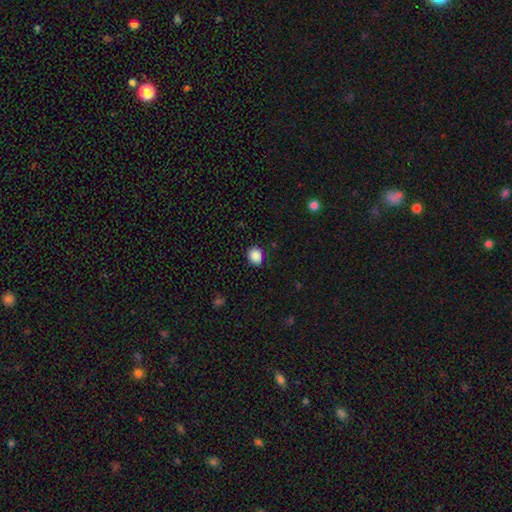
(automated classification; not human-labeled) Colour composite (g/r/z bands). It shows a smooth galaxy with no disk features (88%) that is round (61%). Merging: none (85%).